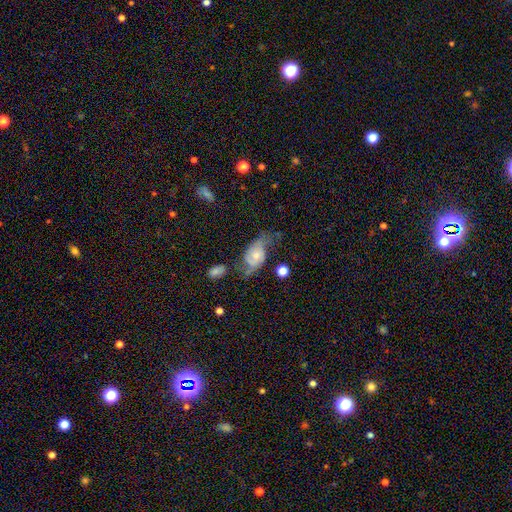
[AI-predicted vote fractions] The model was most divided on "bulge size": moderate: 45%, small: 40%, large: 7%, none: 6%, dominant: 2%. Remaining: edge-on disk — no (95%); spiral arms — yes (90%); spiral arm count — 2 (84%); smooth or featured — featured or disk (72%); bar — no (68%); spiral winding — loose (44%); merging — none (41%).